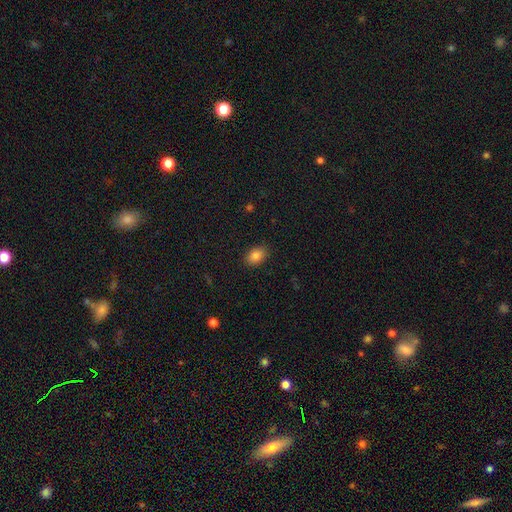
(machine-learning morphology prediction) Smooth or featured?
  - smooth: 85% *
  - star or artifact: 9%
  - featured or disk: 6%
How rounded?
  - in between: 83% *
  - round: 15%
  - cigar-shaped: 1%
Merging?
  - none: 88% *
  - minor disturbance: 9%
  - major disturbance: 2%
  - merger: 1%